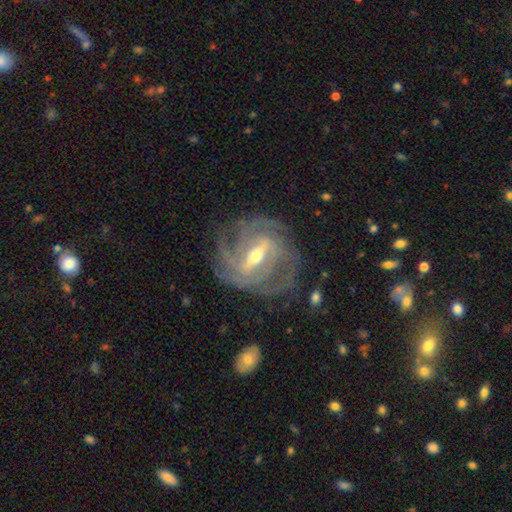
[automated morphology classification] Q: Smooth or featured?
A: featured or disk (91%); runner-up: star or artifact (5%)
Q: Edge-on disk?
A: no (94%); runner-up: yes (6%)
Q: Bar?
A: strong (66%); runner-up: weak (27%)
Q: Spiral arms?
A: yes (96%); runner-up: no (4%)
Q: Spiral winding?
A: tight (58%); runner-up: medium (33%)
Q: Spiral arm count?
A: 3 (31%); runner-up: 2 (21%)
Q: Bulge size?
A: moderate (61%); runner-up: small (33%)
Q: Merging?
A: none (74%); runner-up: minor disturbance (16%)